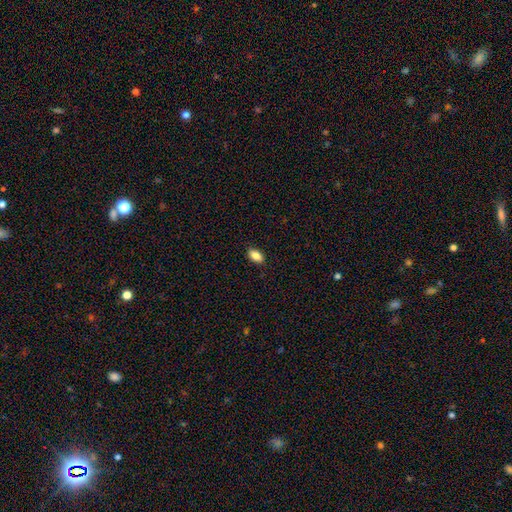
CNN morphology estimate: This appears to be a smooth galaxy with no disk features (86%) that is in between round and cigar-shaped (90%). Merging: none (89%).